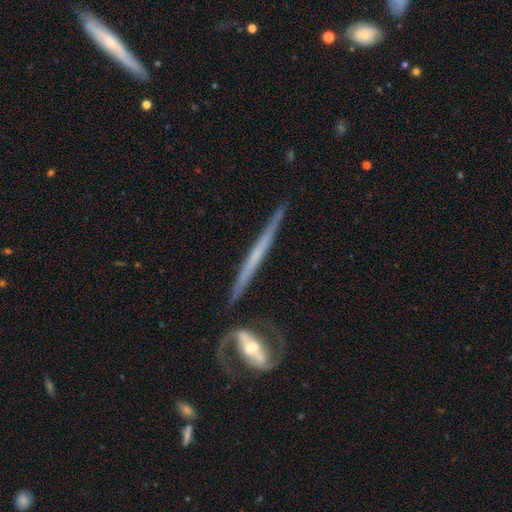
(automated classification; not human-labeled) Smooth or featured?
  - featured or disk: 74% *
  - smooth: 21%
  - star or artifact: 5%
Edge-on disk?
  - yes: 91% *
  - no: 9%
Edge-on bulge?
  - none: 74% *
  - rounded: 18%
  - boxy: 7%
Merging?
  - none: 77% *
  - minor disturbance: 12%
  - merger: 8%
  - major disturbance: 4%